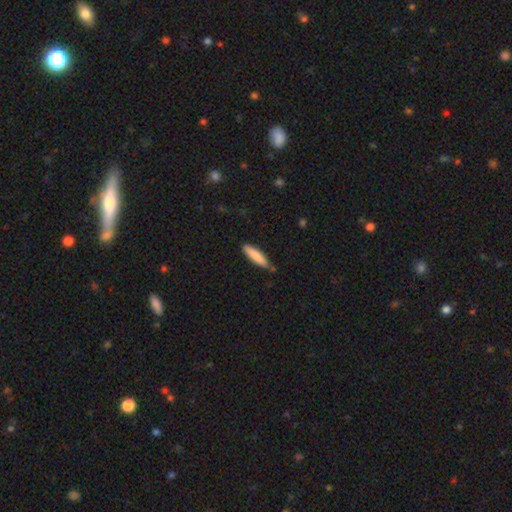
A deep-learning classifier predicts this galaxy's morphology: Q: Smooth or featured?
A: smooth (86%); runner-up: featured or disk (9%)
Q: How rounded?
A: cigar-shaped (72%); runner-up: in between (26%)
Q: Merging?
A: none (81%); runner-up: minor disturbance (14%)